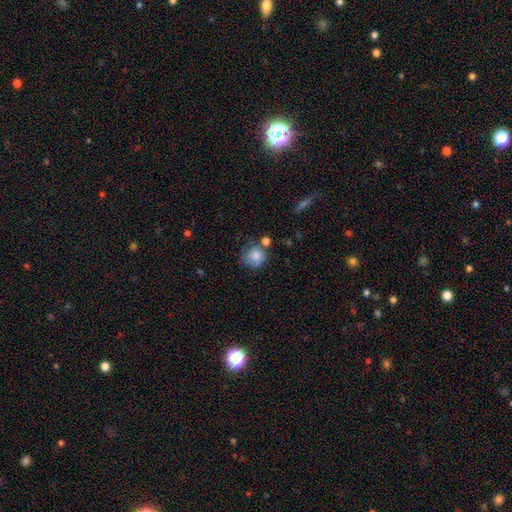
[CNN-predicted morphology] A smooth galaxy with no disk features (78%) that is round (81%). Merging: none (48%).